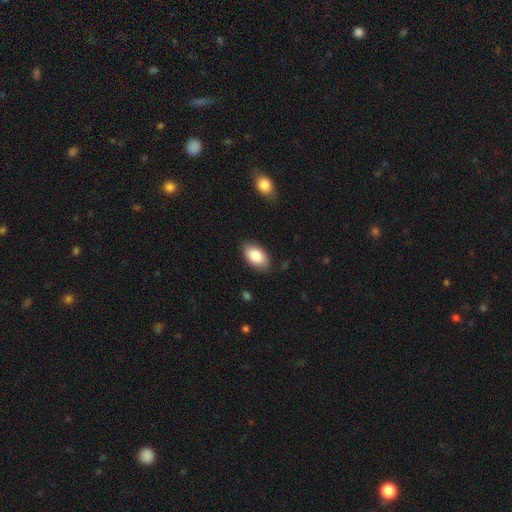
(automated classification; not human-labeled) smooth 86%, featured or disk 8%, star or artifact 6%. Down the decision tree: how rounded — in between (94%); merging — none (85%).